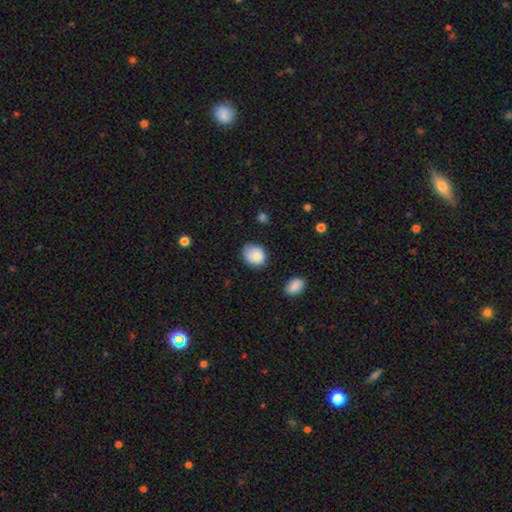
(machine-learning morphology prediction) Smooth or featured: smooth — 84% (star or artifact — 8%)
How rounded: round — 66% (in between — 34%)
Merging: none — 70% (minor disturbance — 24%)